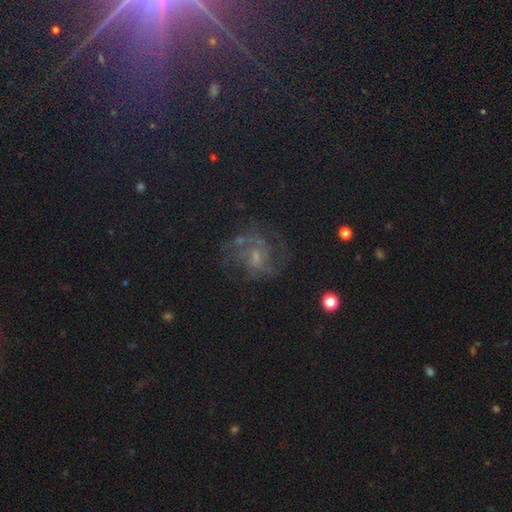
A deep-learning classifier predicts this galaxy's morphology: featured or disk 60%, star or artifact 24%, smooth 16%. Down the decision tree: edge-on disk — no (98%); bar — no (55%); spiral arms — yes (86%); spiral arm count — 2 (34%); spiral winding — medium (50%); bulge size — small (57%); merging — none (64%).